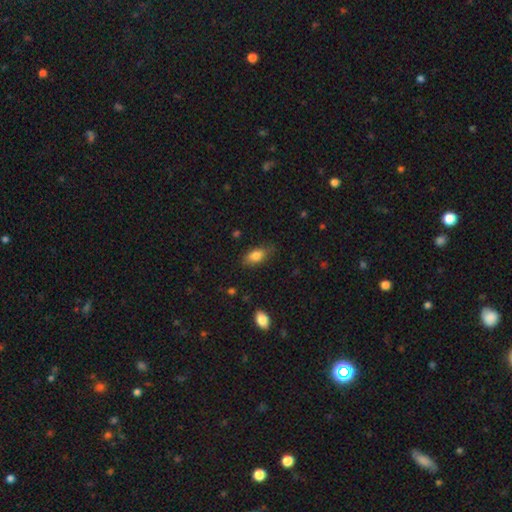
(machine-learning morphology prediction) Overall: smooth (82%). How rounded: in between (87%). Merging: none (74%).